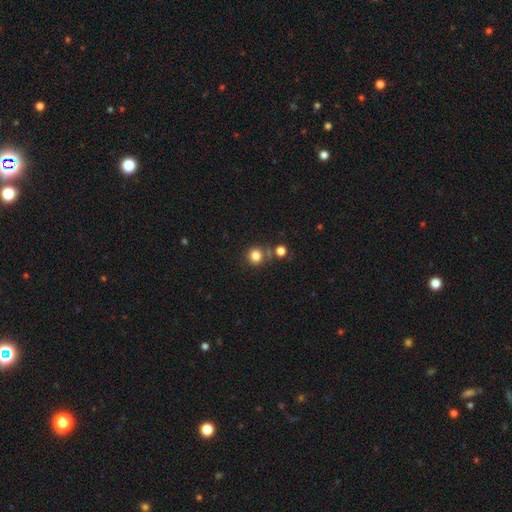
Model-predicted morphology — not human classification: smooth_or_featured: smooth (p=0.81) [alt: star or artifact p=0.13]
how_rounded: round (p=0.91) [alt: in between p=0.08]
merging: none (p=0.74) [alt: merger p=0.14]